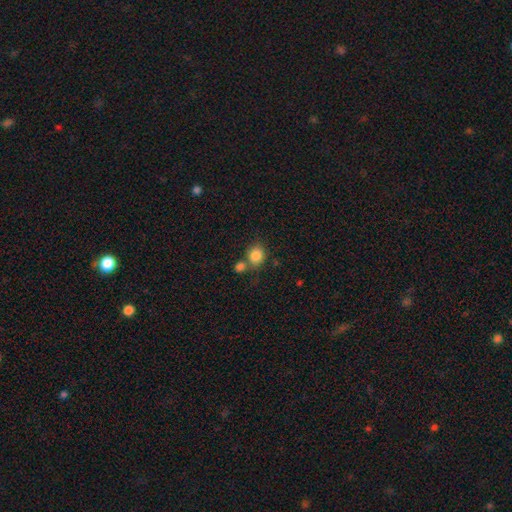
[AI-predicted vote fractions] A smooth galaxy with no disk features (85%) that is round (74%). Merging: none (56%).